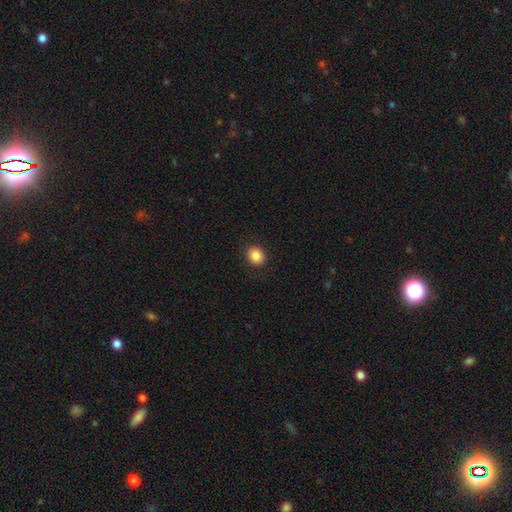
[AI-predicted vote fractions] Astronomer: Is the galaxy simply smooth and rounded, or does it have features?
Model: smooth — 86%.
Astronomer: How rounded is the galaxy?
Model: round — 66%.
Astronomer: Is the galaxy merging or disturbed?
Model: none — 91%.